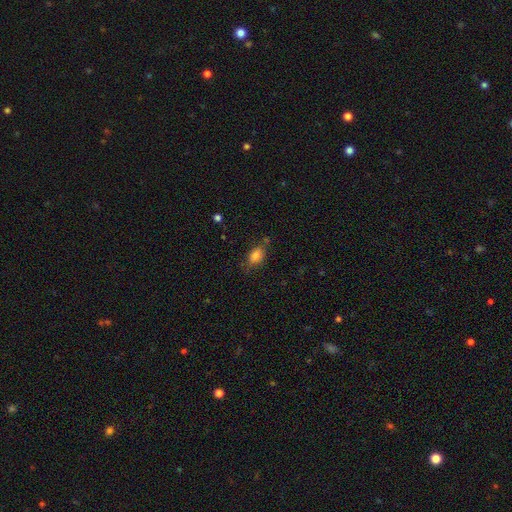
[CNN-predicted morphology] smooth 81%, star or artifact 9%, featured or disk 9%. Down the decision tree: how rounded — in between (85%); merging — none (68%).